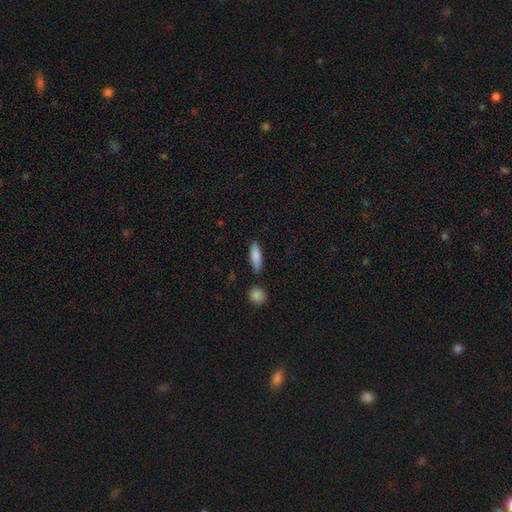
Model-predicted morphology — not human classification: Overall: smooth (85%). How rounded: in between (53%; cigar-shaped 44%). Merging: none (77%).